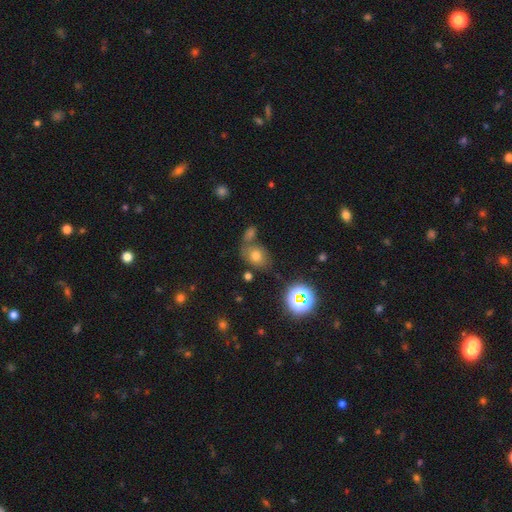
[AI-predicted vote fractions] Smooth or featured? Predicted: smooth (p=0.67). How rounded? Predicted: in between (p=0.60). Merging? Predicted: none (p=0.58).